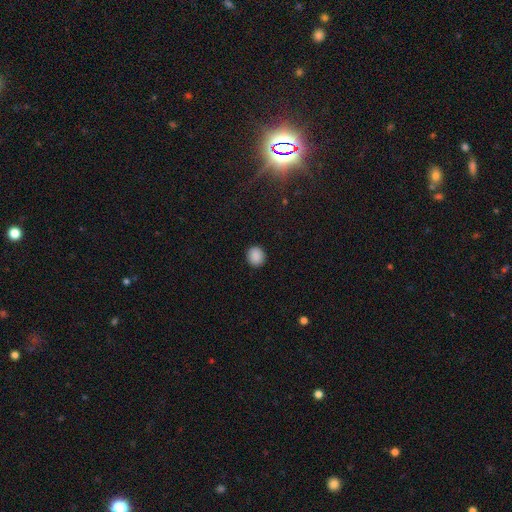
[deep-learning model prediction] Smooth or featured? smooth (89%)
How rounded? round (83%)
Merging? none (92%)